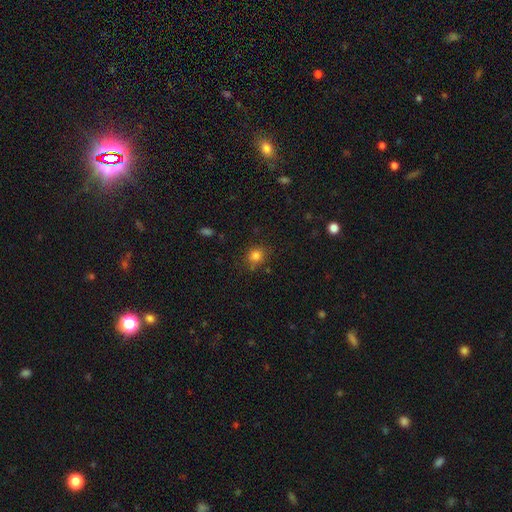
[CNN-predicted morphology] Smooth or featured? Predicted: smooth (p=0.81). How rounded? Predicted: round (p=0.79). Merging? Predicted: none (p=0.79).